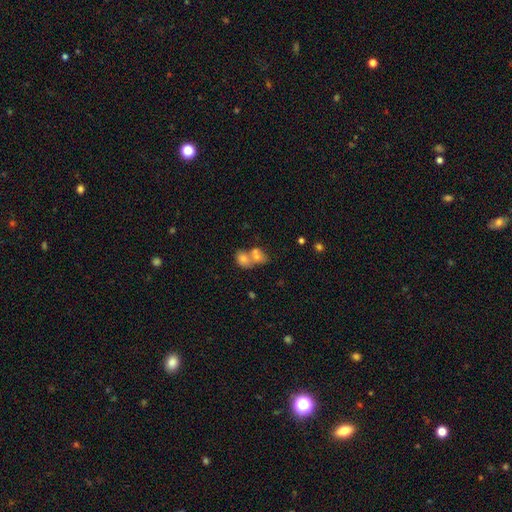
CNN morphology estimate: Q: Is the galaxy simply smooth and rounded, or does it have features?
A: smooth — 68%.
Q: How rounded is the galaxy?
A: in between — 64%.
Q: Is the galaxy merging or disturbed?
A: merger — 71%.